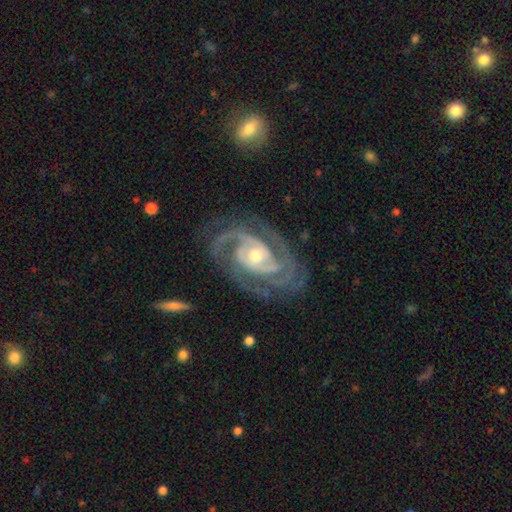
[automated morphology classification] The model was most divided on "spiral arm count": 2: 47%, 3: 30%, can't tell: 9%, 4: 6%, 1: 5%, more than 4: 4%. More confident: spiral arms — yes (98%); edge-on disk — no (97%); smooth or featured — featured or disk (93%); merging — none (75%); bulge size — moderate (66%); spiral winding — tight (60%); bar — no (58%).